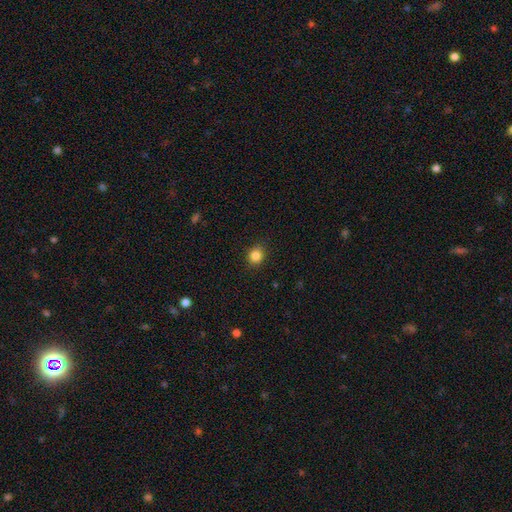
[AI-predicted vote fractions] Smooth or featured? Predicted: smooth (p=0.84). How rounded? Predicted: round (p=0.70). Merging? Predicted: none (p=0.88).